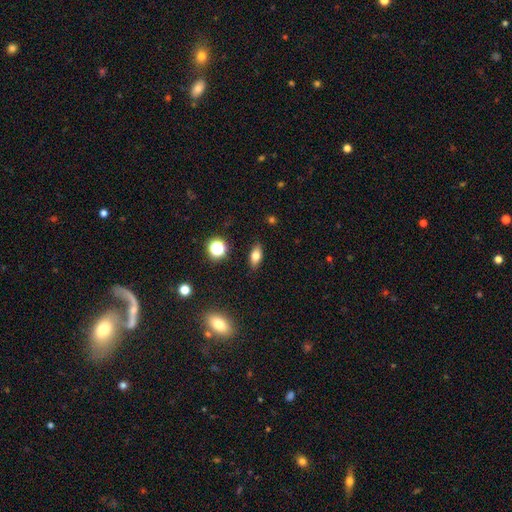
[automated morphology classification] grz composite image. It shows a smooth galaxy with no disk features (72%) that is in between round and cigar-shaped (79%). Merging: none (87%).